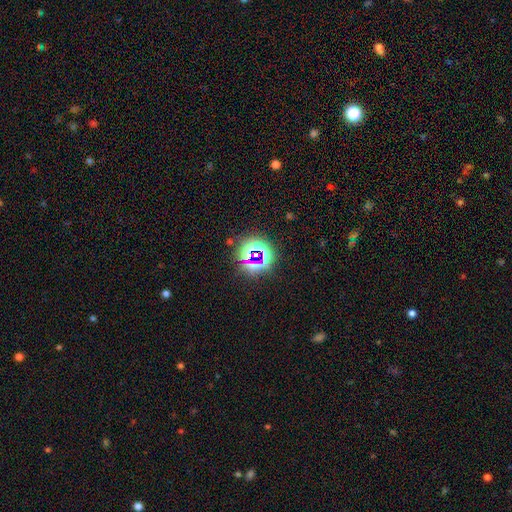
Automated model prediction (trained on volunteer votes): smooth_or_featured: star or artifact (p=0.71) [alt: smooth p=0.20]